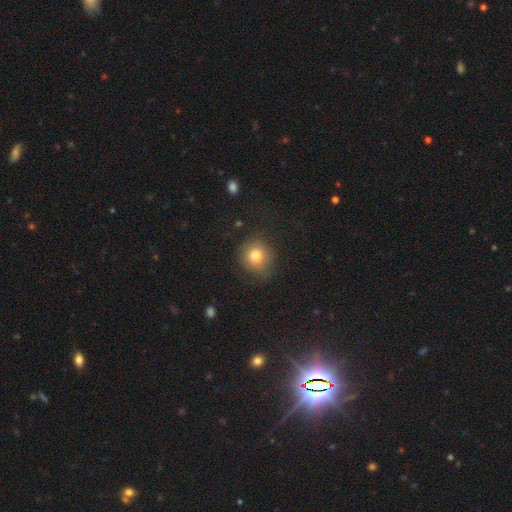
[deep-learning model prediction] The model was most divided on "merging": none: 73%, minor disturbance: 19%, major disturbance: 7%, merger: 2%. More confident: how rounded — round (84%); smooth or featured — smooth (81%).